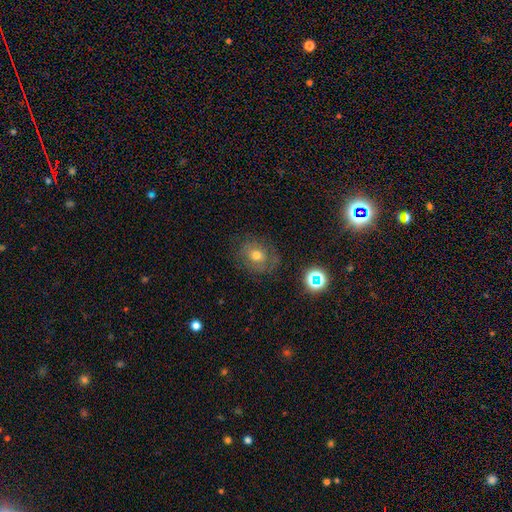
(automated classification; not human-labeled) Smooth or featured?
  - smooth: 51% *
  - featured or disk: 29%
  - star or artifact: 20%
How rounded?
  - round: 73% *
  - in between: 26%
  - cigar-shaped: 1%
Merging?
  - none: 76% *
  - minor disturbance: 15%
  - major disturbance: 7%
  - merger: 2%